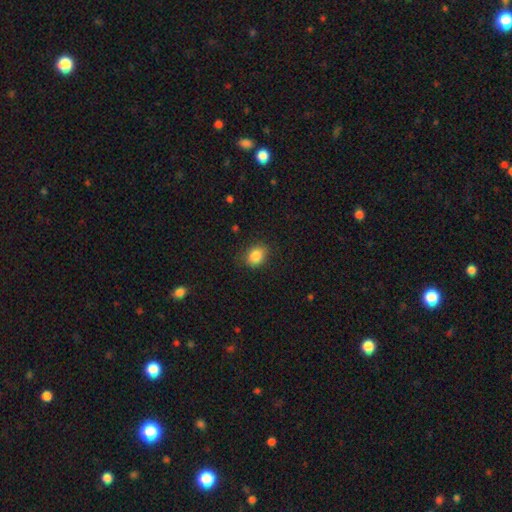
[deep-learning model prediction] Smooth or featured? smooth (85%)
How rounded? in between (55%)
Merging? none (82%)